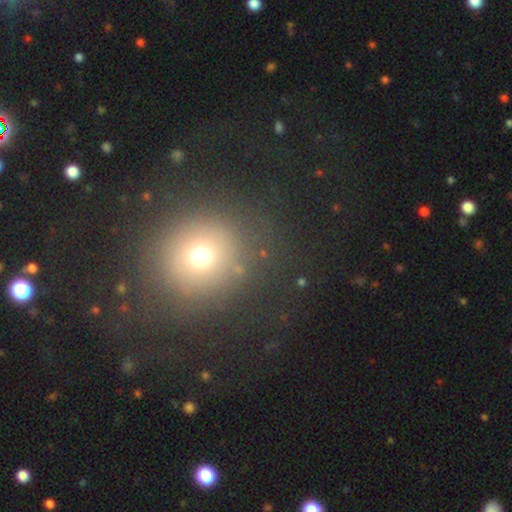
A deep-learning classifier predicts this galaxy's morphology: The model was most divided on "smooth or featured": smooth: 63%, star or artifact: 25%, featured or disk: 12%. More confident: how rounded — round (90%); merging — none (79%).